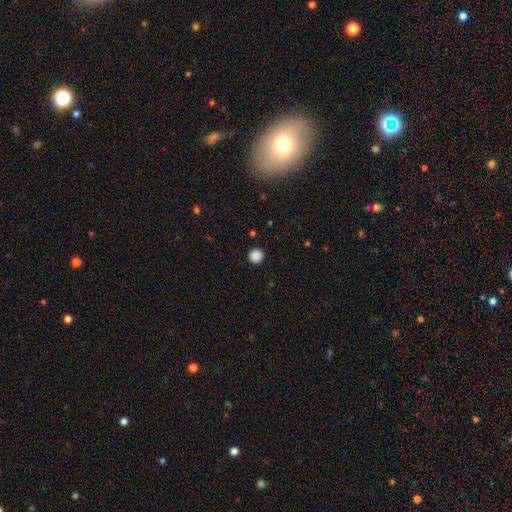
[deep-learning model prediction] Smooth or featured? smooth (87%)
How rounded? round (94%)
Merging? none (91%)